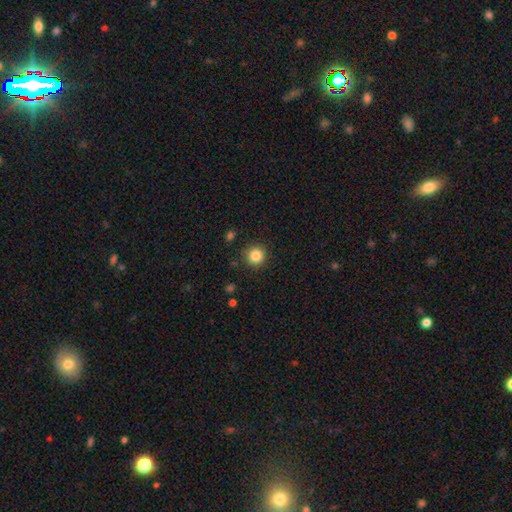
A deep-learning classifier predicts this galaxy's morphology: Smooth or featured: smooth — 84% (star or artifact — 11%)
How rounded: round — 94% (in between — 5%)
Merging: none — 90% (minor disturbance — 7%)